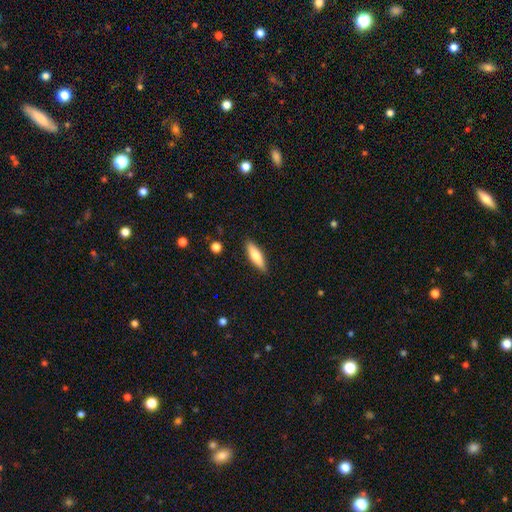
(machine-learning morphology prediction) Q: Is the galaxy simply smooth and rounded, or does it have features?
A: smooth — 72%.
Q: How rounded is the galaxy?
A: cigar-shaped — 57%.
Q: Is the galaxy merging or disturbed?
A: none — 88%.